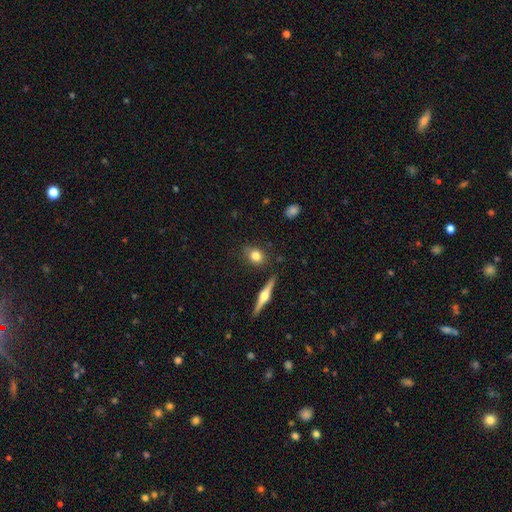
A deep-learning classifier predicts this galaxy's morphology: Smooth or featured: smooth — 75% (featured or disk — 17%)
How rounded: in between — 54% (round — 41%)
Merging: none — 82% (minor disturbance — 12%)